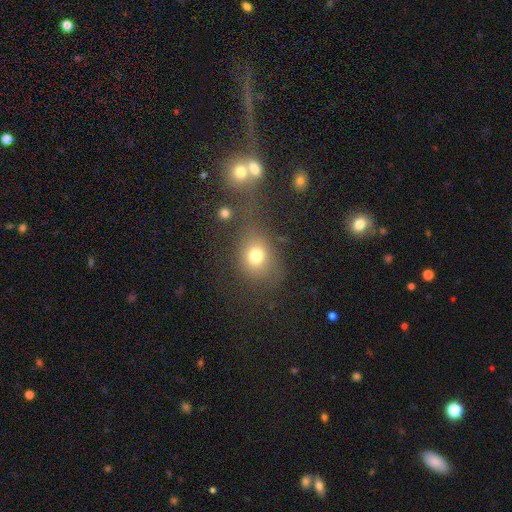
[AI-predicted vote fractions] Smooth or featured? smooth (73%)
How rounded? round (64%)
Merging? none (55%)